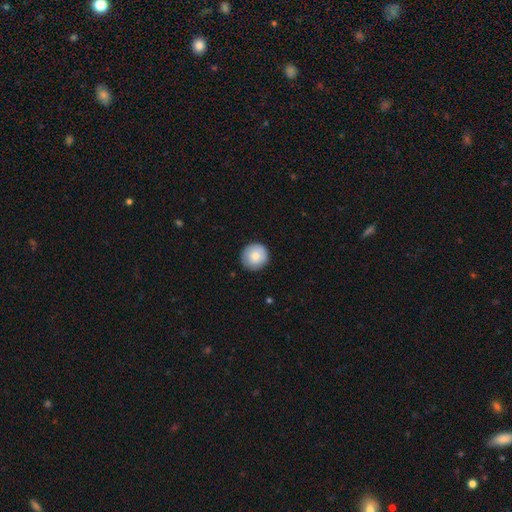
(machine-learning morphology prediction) type=smooth (81%); roundness=round (94%); merging=none (89%).